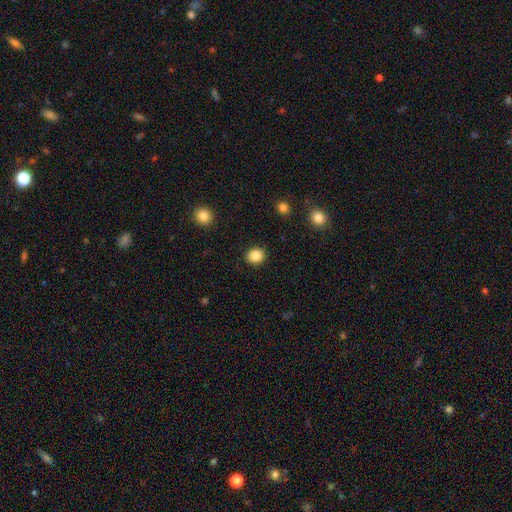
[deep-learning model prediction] smooth_or_featured: smooth (p=0.86) [alt: star or artifact p=0.10]
how_rounded: round (p=0.78) [alt: in between p=0.21]
merging: none (p=0.91) [alt: minor disturbance p=0.06]